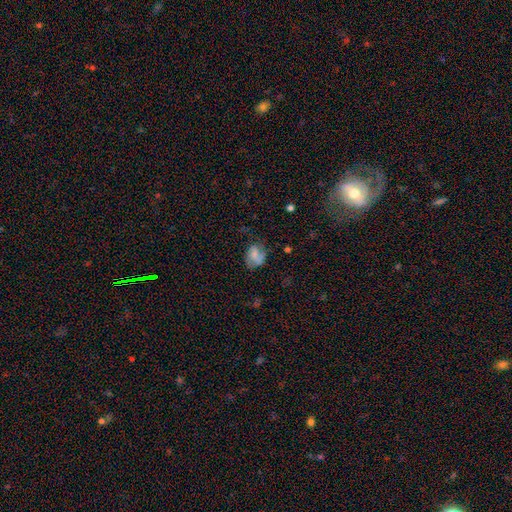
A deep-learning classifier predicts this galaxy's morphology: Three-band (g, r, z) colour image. It shows a smooth galaxy with no disk features (48%). Merging: none (49%).